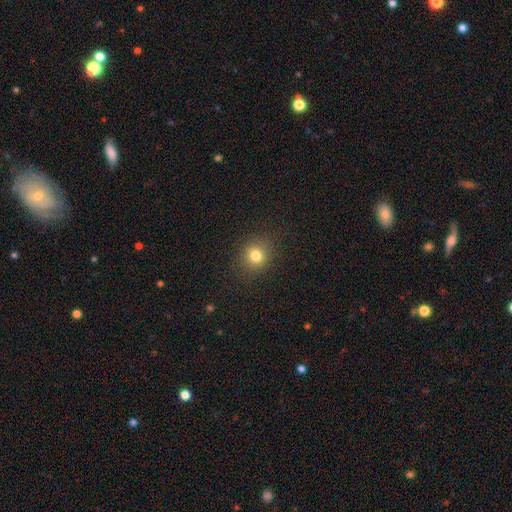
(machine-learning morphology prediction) A smooth galaxy with no disk features (79%) that is round (80%).

Vote fractions:
- Smooth or featured? smooth: 79% / star or artifact: 14% / featured or disk: 7%
- How rounded? round: 80% / in between: 19% / cigar-shaped: 1%
- Merging? none: 88% / minor disturbance: 8% / major disturbance: 3% / merger: 1%